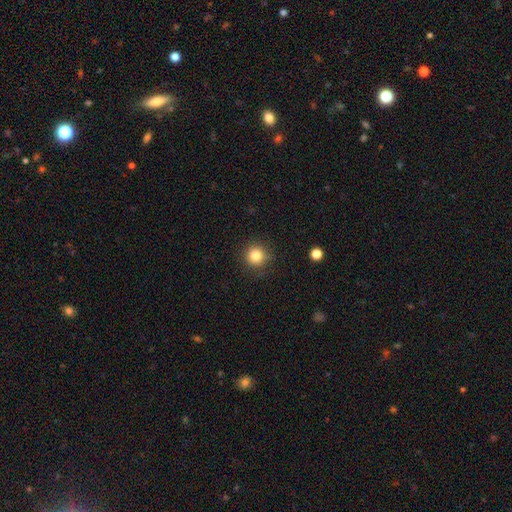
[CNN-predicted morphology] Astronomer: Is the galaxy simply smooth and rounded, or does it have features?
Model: smooth — 83%.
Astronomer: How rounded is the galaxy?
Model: round — 95%.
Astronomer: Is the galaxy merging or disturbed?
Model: none — 89%.